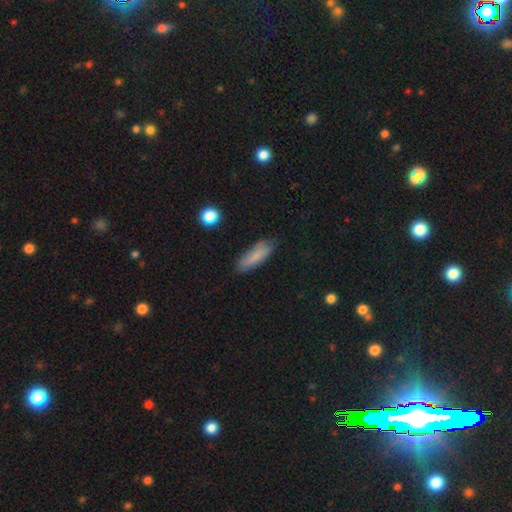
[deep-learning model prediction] The model was most divided on "how rounded": cigar-shaped: 50%, in between: 48%, round: 2%. More confident: smooth or featured — smooth (78%); merging — none (76%).